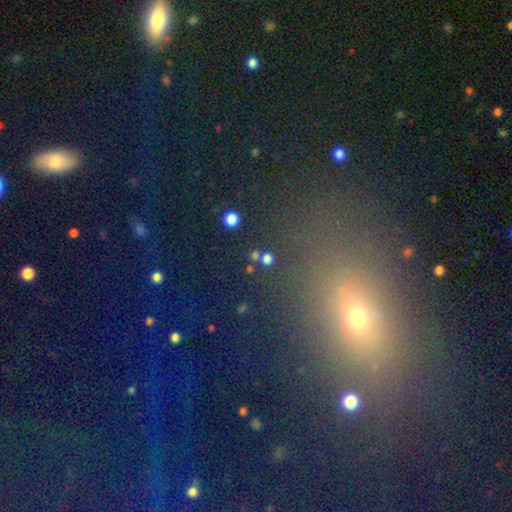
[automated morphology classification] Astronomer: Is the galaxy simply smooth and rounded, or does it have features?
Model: star or artifact — 45%, tied with smooth at 45%.